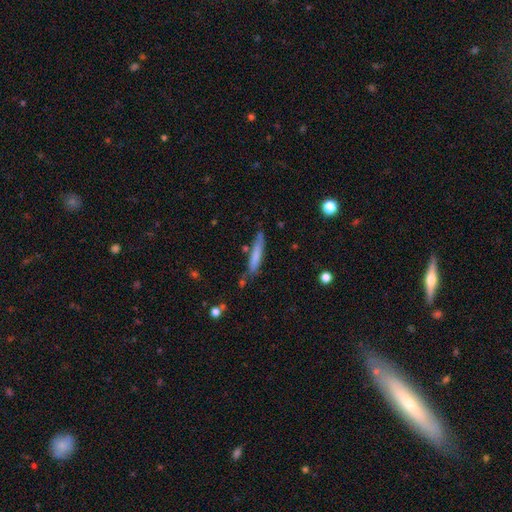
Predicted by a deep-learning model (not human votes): This appears to be a smooth galaxy with no disk features (72%) that is cigar-shaped (91%). Merging: none (72%).